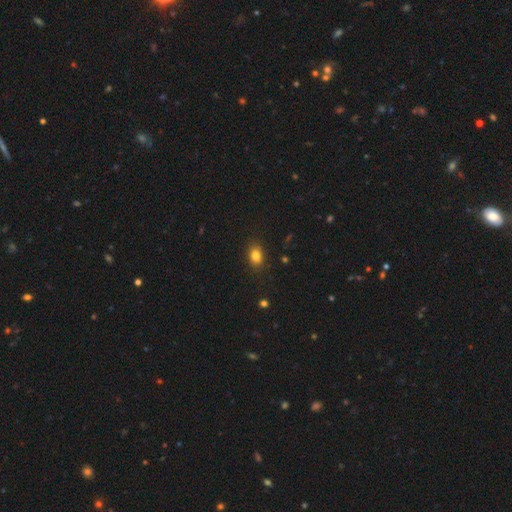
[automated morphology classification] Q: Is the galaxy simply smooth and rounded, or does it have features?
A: smooth — 83%.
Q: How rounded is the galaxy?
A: in between — 74%.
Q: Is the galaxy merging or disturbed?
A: none — 87%.